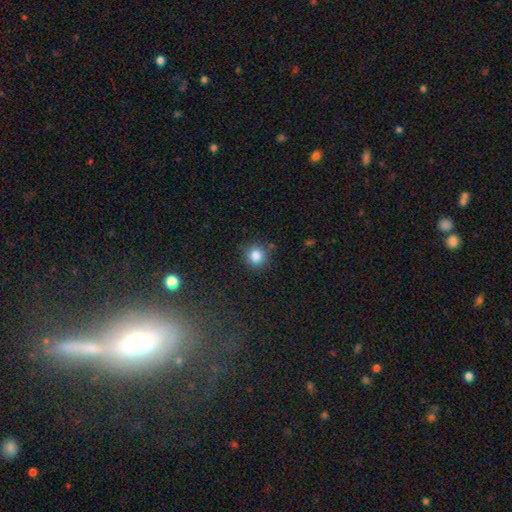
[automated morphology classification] This is clearly a smooth galaxy (84%). How rounded: clearly round (93%). Merging: clearly none (87%).